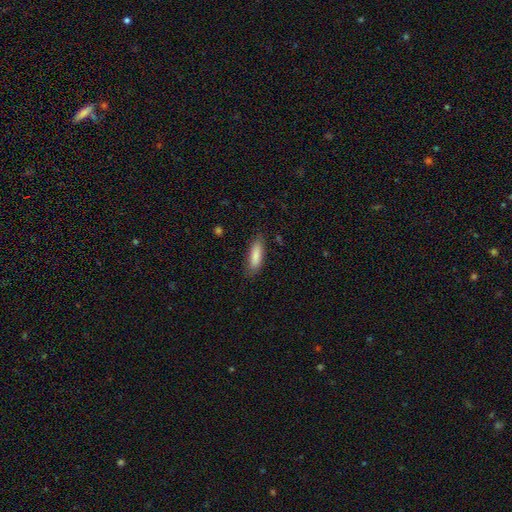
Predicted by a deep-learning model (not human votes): smooth-or-featured: smooth: 86% | featured or disk: 8% | star or artifact: 6%
  how-rounded: cigar-shaped: 49% (tied) | in between: 49% (tied) | round: 2%
  merging: none: 82% | minor disturbance: 14% | major disturbance: 3% | merger: 1%